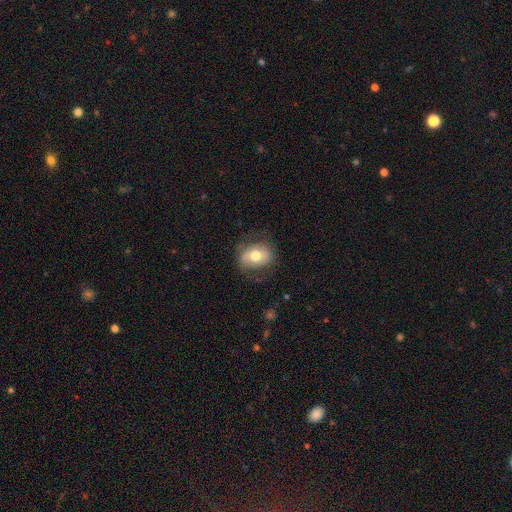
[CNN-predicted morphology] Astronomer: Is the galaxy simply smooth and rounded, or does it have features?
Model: smooth — 62%.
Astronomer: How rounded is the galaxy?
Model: in between — 57% (runner-up: round, 42%).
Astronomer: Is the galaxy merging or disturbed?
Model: none — 72%.